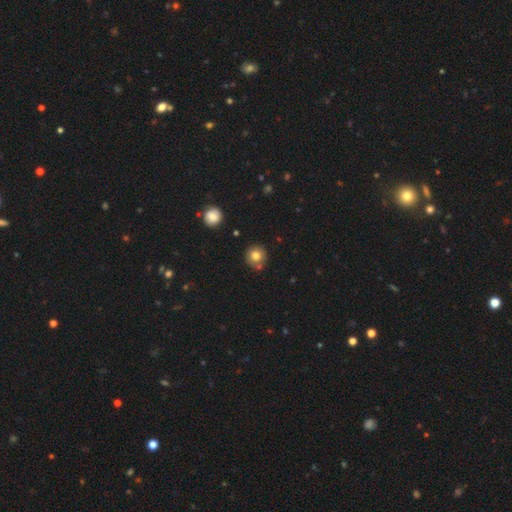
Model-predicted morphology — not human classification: Smooth or featured? smooth (78%)
How rounded? round (93%)
Merging? none (74%)